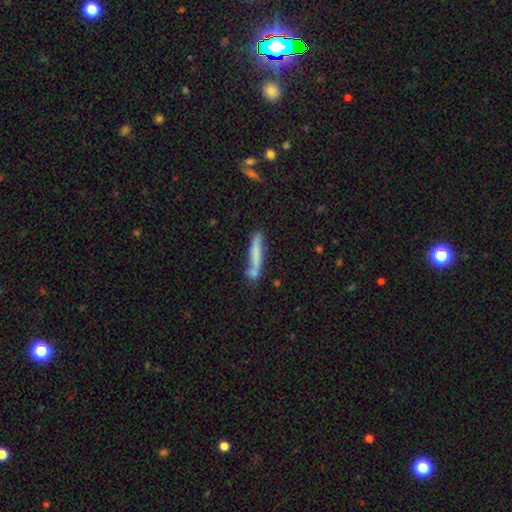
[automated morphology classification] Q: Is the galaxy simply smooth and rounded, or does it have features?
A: smooth — 65%.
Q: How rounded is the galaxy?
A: cigar-shaped — 93%.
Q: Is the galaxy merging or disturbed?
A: none — 63%.